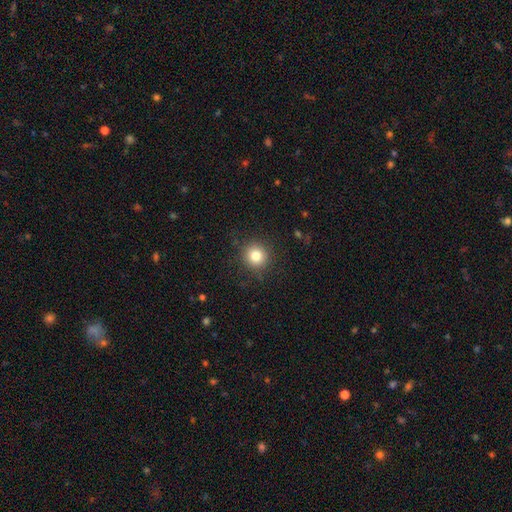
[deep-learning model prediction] A smooth galaxy with no disk features (81%) that is round (93%). Merging: none (89%).